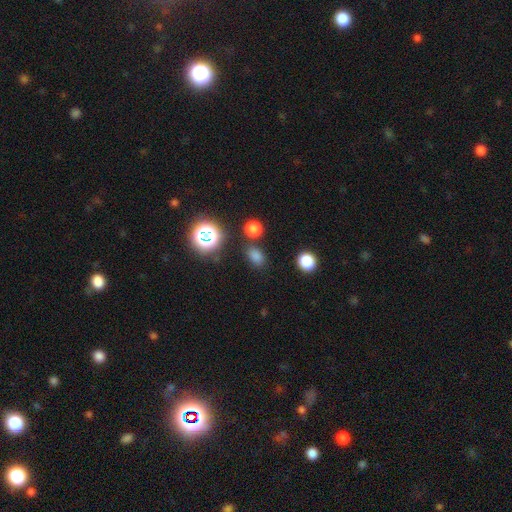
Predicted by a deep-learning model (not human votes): smooth 72%, star or artifact 22%, featured or disk 5%. Down the decision tree: how rounded — in between (70%); merging — none (78%).